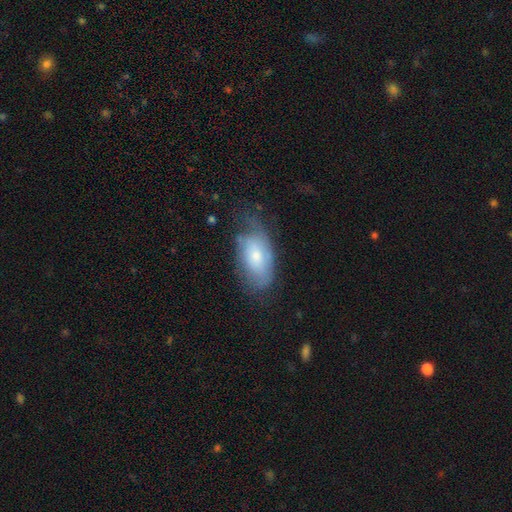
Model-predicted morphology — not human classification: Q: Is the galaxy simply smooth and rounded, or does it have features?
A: smooth — 52%.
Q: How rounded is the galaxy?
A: in between — 93%.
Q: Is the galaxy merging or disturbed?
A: none — 47%.